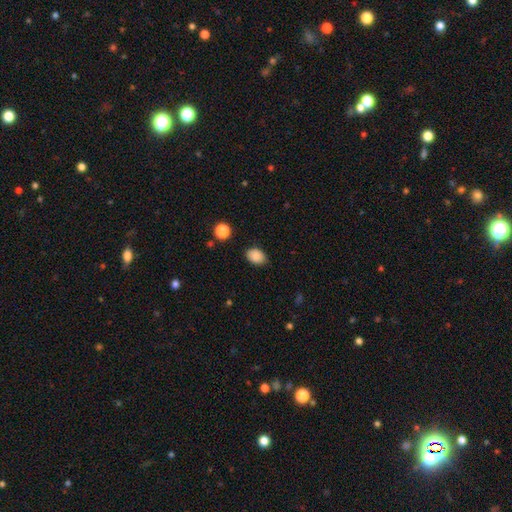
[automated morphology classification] A smooth galaxy with no disk features (87%) that is in between round and cigar-shaped (78%). Merging: none (83%).